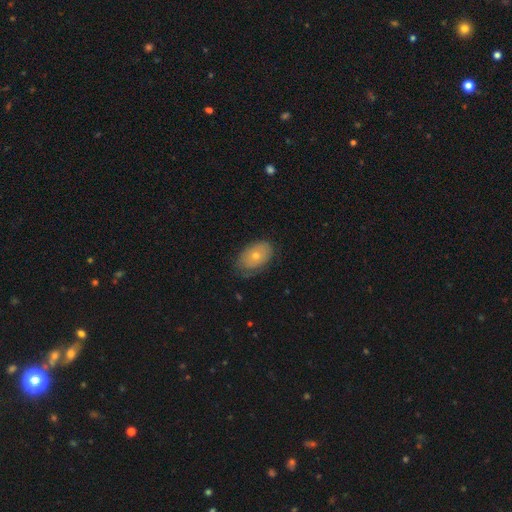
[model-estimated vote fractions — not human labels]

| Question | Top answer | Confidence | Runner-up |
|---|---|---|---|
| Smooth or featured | smooth | 59% | featured or disk (32%) |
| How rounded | in between | 86% | round (13%) |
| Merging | none | 74% | minor disturbance (20%) |